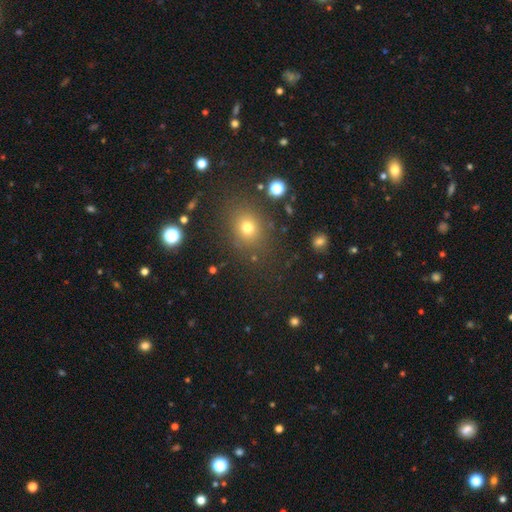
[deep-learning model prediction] This is possibly a smooth galaxy (55%). How rounded: likely round (66%). Merging: clearly none (84%).